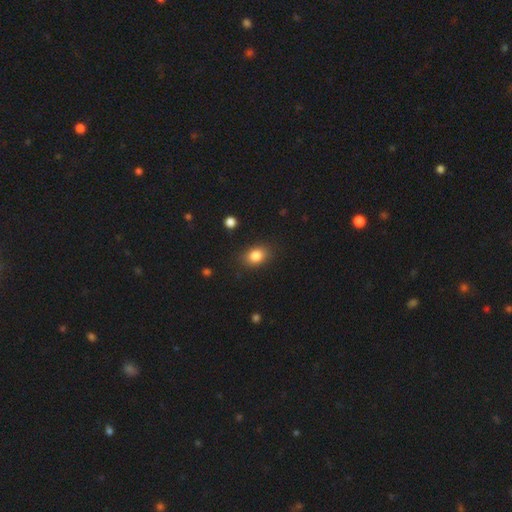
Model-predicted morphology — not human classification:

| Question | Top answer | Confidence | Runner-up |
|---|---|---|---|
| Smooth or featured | smooth | 83% | star or artifact (10%) |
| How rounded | in between | 69% | round (30%) |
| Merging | none | 86% | minor disturbance (10%) |